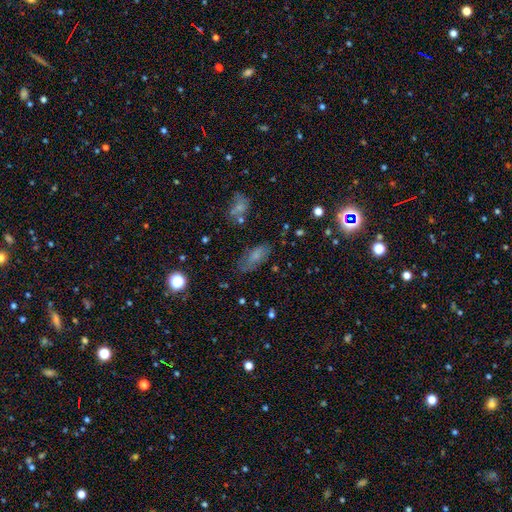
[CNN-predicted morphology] smooth_or_featured: smooth (p=0.67) [alt: featured or disk p=0.19]
how_rounded: in between (p=0.80) [alt: cigar-shaped p=0.16]
merging: none (p=0.69) [alt: minor disturbance p=0.20]